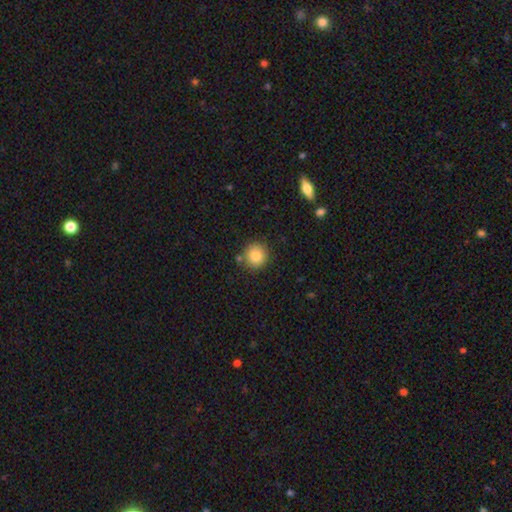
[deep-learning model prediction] smooth 84%, star or artifact 10%, featured or disk 7%. Down the decision tree: how rounded — round (92%); merging — none (84%).